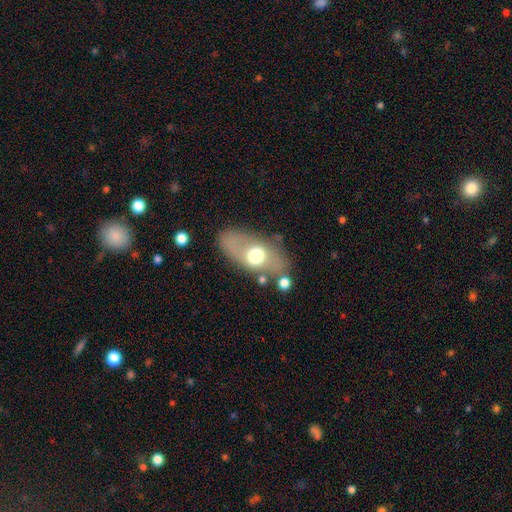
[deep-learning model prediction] smooth 45% (tied), featured or disk 45% (tied), star or artifact 10%. Down the decision tree: merging — none (66%).